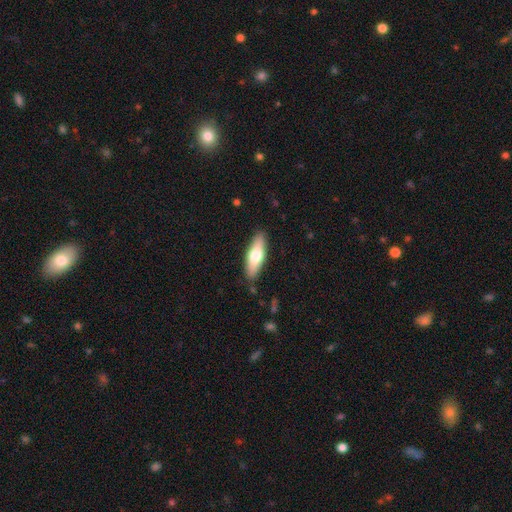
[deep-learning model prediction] This appears to be a smooth galaxy with no disk features (65%) that is in between round and cigar-shaped (51%). Merging: none (87%).